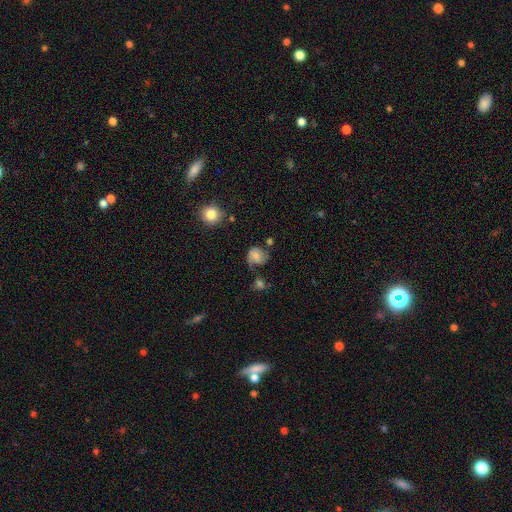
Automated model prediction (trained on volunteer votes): This appears to be a featured or disk galaxy (45%, tied with smooth). Merging: none (44%).